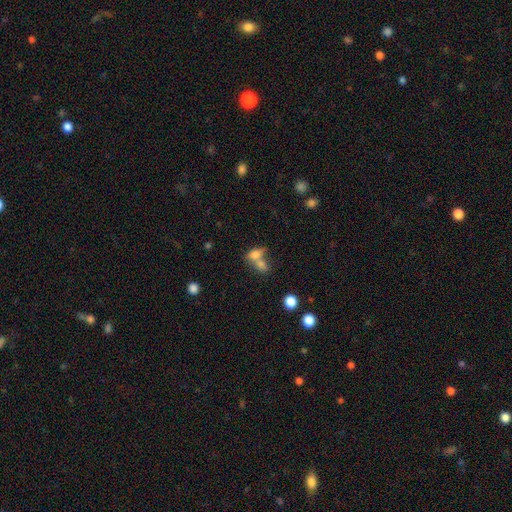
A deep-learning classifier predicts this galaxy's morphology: smooth 72%, featured or disk 15%, star or artifact 13%. Down the decision tree: how rounded — in between (74%); merging — merger (61%).